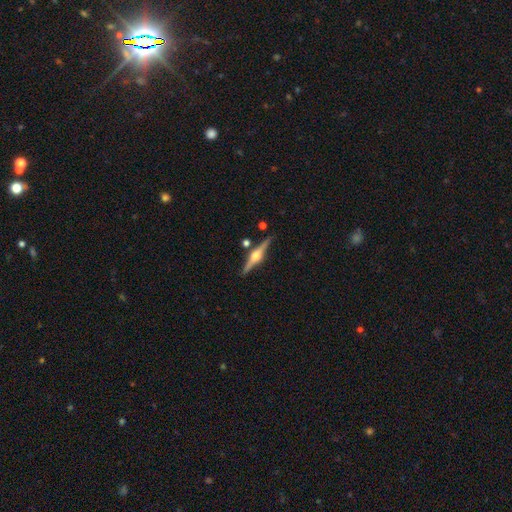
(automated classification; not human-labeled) A featured or disk galaxy (84%) viewed edge-on (98%) with a rounded central bulge (95%). Merging: none (86%).